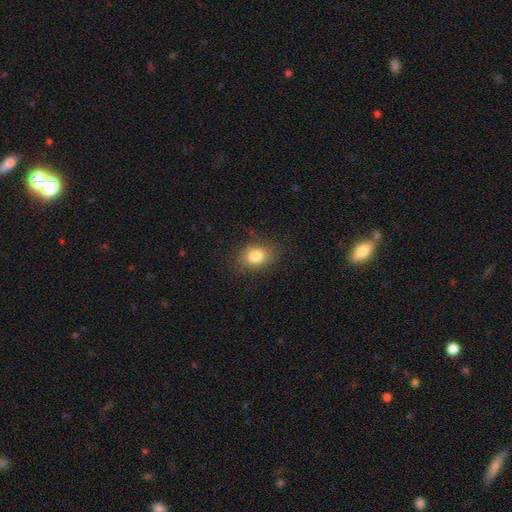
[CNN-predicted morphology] Overall: smooth (81%). How rounded: in between (70%). Merging: none (85%).